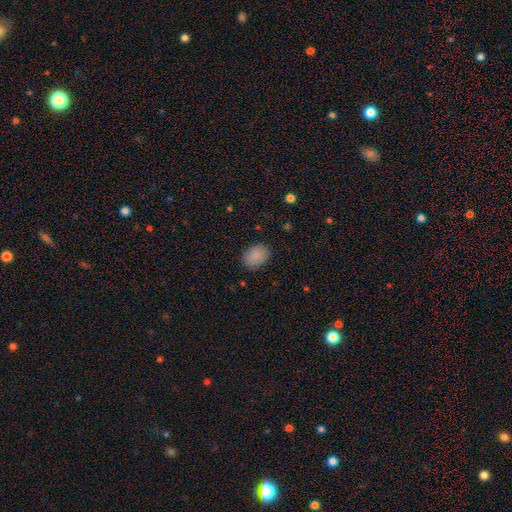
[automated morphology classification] Overall: smooth (88%). How rounded: in between (70%). Merging: none (85%).